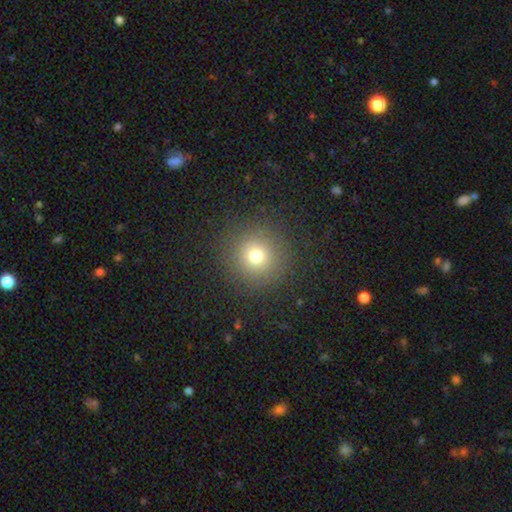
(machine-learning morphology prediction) This appears to be a smooth galaxy with no disk features (72%) that is round (94%). Merging: none (88%).